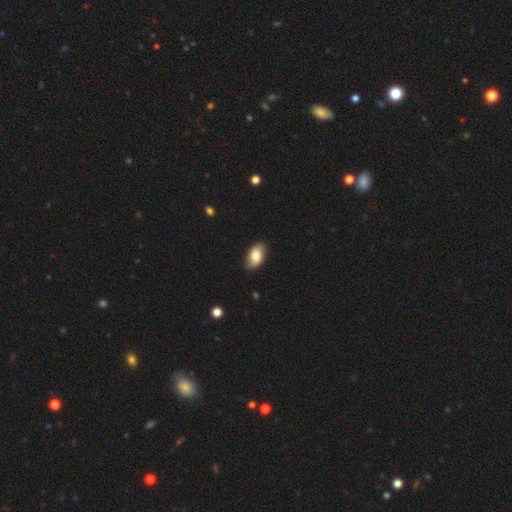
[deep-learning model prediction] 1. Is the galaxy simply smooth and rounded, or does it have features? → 80% smooth, 13% featured or disk, 6% star or artifact.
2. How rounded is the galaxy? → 93% in between, 5% round, 2% cigar-shaped.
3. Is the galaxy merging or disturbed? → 84% none, 12% minor disturbance, 2% major disturbance, 1% merger.